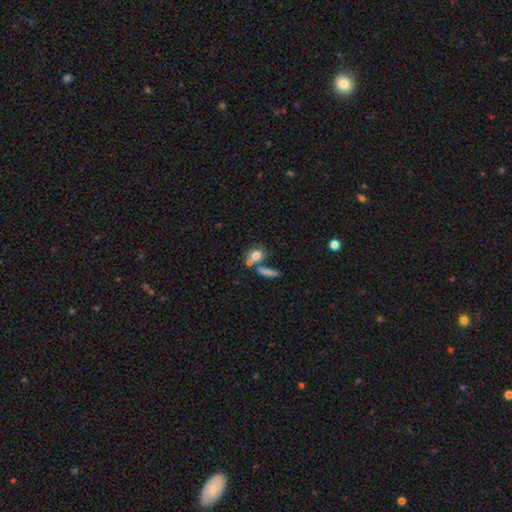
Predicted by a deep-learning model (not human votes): Overall: smooth (74%). How rounded: round (57%; in between 37%). Merging: none (44%; merger 37%).